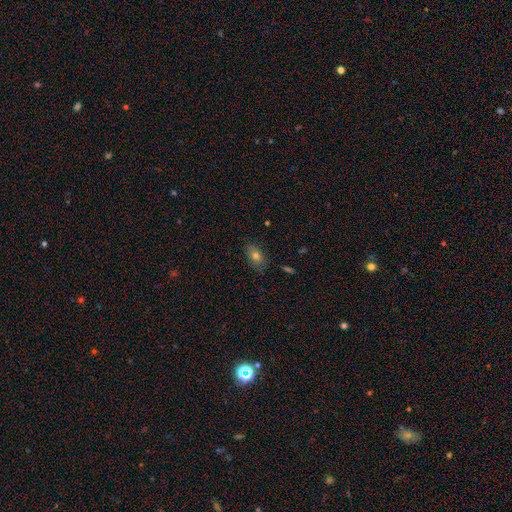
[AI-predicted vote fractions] A smooth galaxy with no disk features (73%) that is in between round and cigar-shaped (84%).

Vote fractions:
- Smooth or featured? smooth: 73% / featured or disk: 15% / star or artifact: 12%
- How rounded? in between: 84% / round: 13% / cigar-shaped: 3%
- Merging? none: 80% / minor disturbance: 15% / major disturbance: 3% / merger: 1%